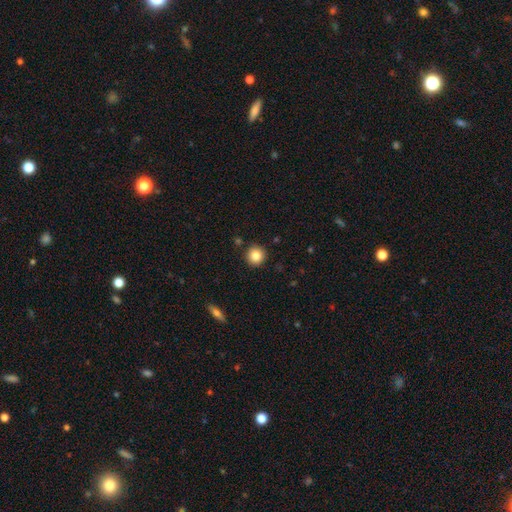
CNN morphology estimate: Smooth or featured?
  - smooth: 84% *
  - star or artifact: 10%
  - featured or disk: 6%
How rounded?
  - round: 94% *
  - in between: 5%
  - cigar-shaped: 1%
Merging?
  - none: 91% *
  - minor disturbance: 6%
  - merger: 2%
  - major disturbance: 2%